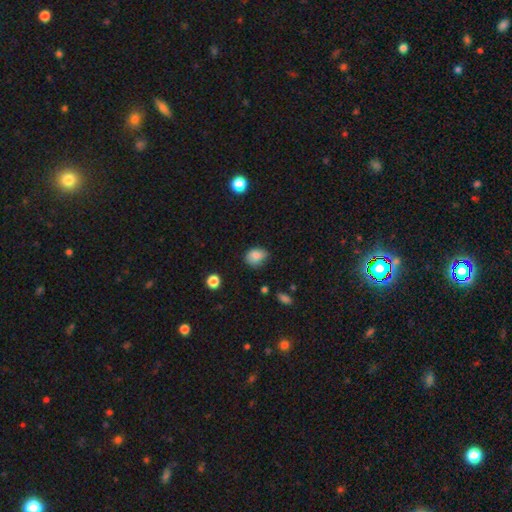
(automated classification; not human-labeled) This is clearly a smooth galaxy (83%). How rounded: possibly in between (52%). Merging: likely none (62%).